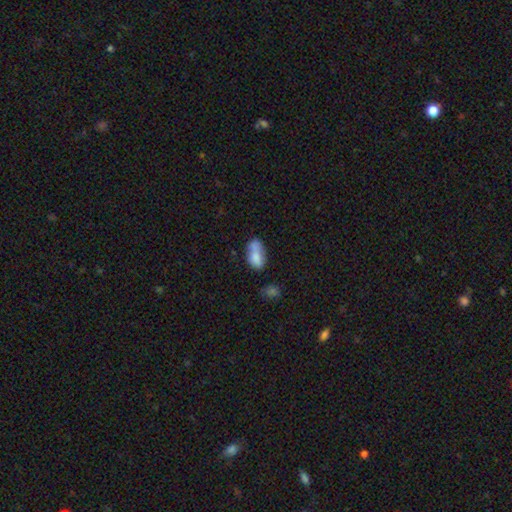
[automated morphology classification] Smooth or featured? smooth (75%)
How rounded? in between (89%)
Merging? merger (34%, tied with none)